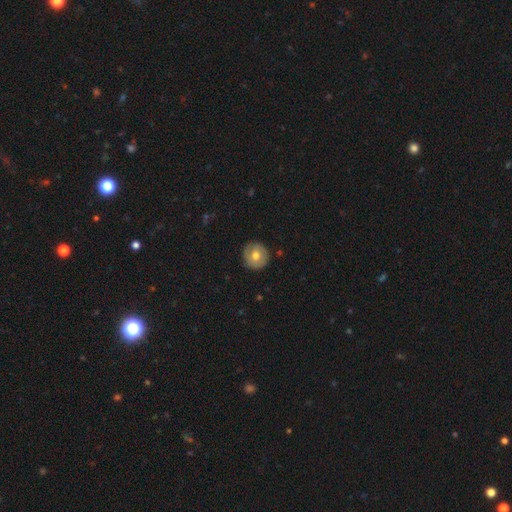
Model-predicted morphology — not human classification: Overall: smooth (60%; featured or disk 32%). How rounded: round (92%). Merging: none (85%).